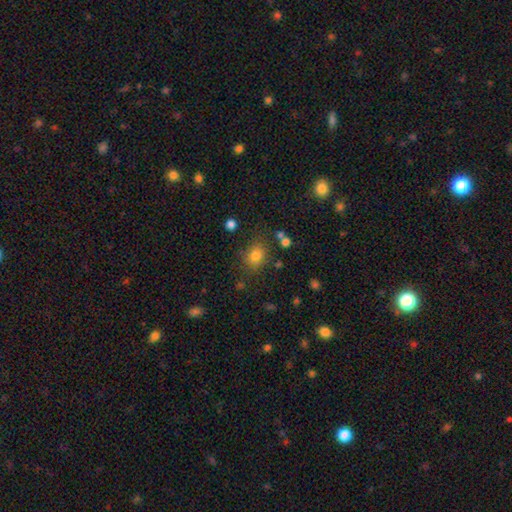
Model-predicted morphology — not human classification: smooth_or_featured: smooth (p=0.79) [alt: star or artifact p=0.13]
how_rounded: round (p=0.55) [alt: in between p=0.44]
merging: none (p=0.75) [alt: minor disturbance p=0.14]